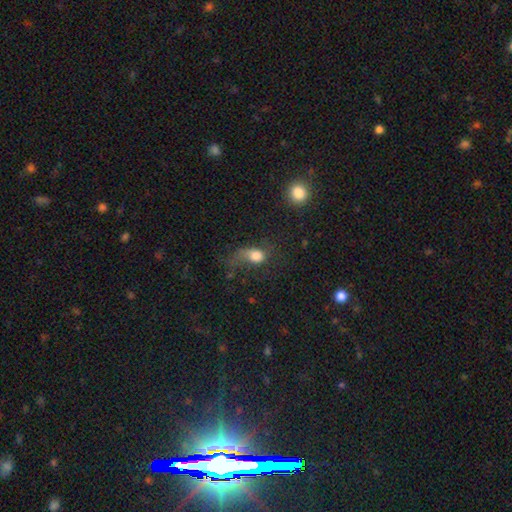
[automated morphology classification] Smooth or featured? smooth (66%)
How rounded? in between (60%)
Merging? major disturbance (50%)